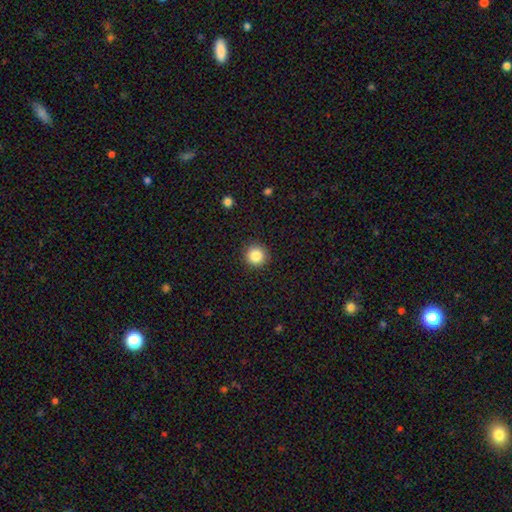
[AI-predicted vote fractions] A smooth galaxy with no disk features (85%) that is round (95%).

Vote fractions:
- Smooth or featured? smooth: 85% / star or artifact: 10% / featured or disk: 5%
- How rounded? round: 95% / in between: 4% / cigar-shaped: 1%
- Merging? none: 92% / minor disturbance: 5% / major disturbance: 2% / merger: 1%